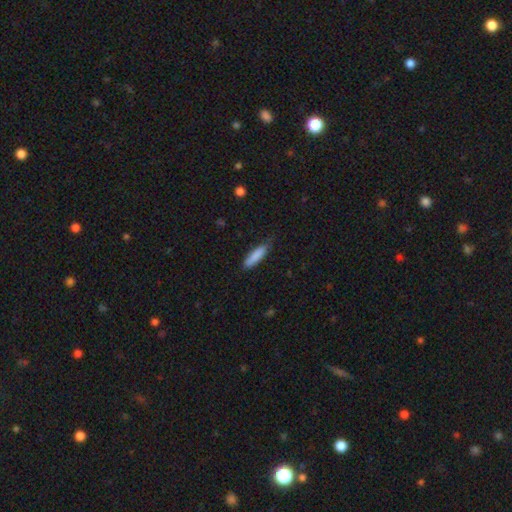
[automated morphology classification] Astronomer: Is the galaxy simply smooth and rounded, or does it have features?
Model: smooth — 85%.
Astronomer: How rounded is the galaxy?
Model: cigar-shaped — 69%.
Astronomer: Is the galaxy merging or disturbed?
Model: none — 73%.